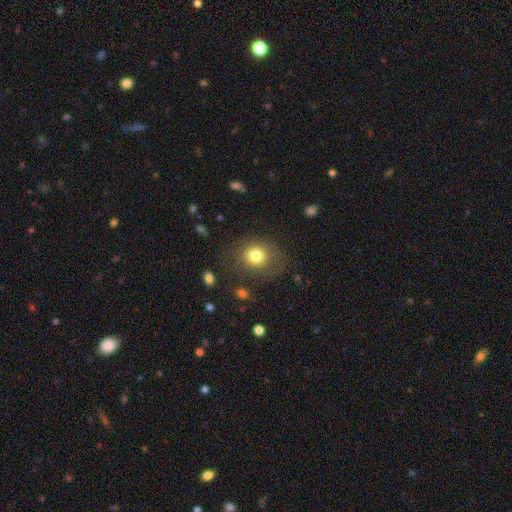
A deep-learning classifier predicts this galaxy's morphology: Smooth or featured? Predicted: smooth (p=0.78). How rounded? Predicted: round (p=0.73). Merging? Predicted: none (p=0.73).